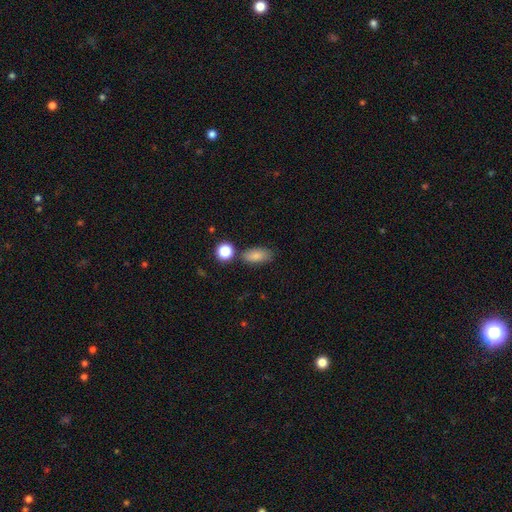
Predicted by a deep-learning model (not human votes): Smooth or featured? Predicted: smooth (p=0.83). How rounded? Predicted: in between (p=0.85). Merging? Predicted: none (p=0.74).